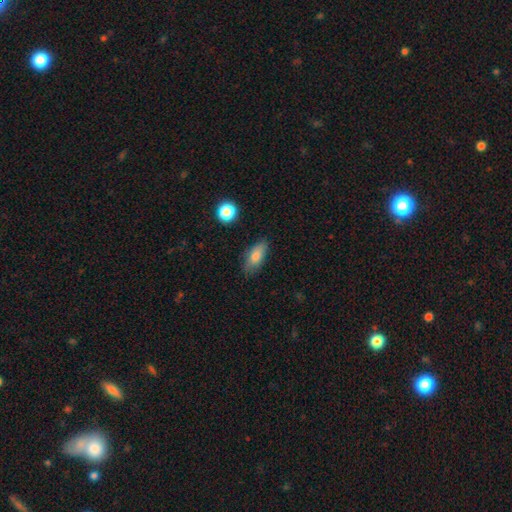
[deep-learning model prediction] smooth_or_featured: smooth (p=0.79) [alt: featured or disk p=0.12]
how_rounded: in between (p=0.79) [alt: cigar-shaped p=0.16]
merging: none (p=0.78) [alt: minor disturbance p=0.16]